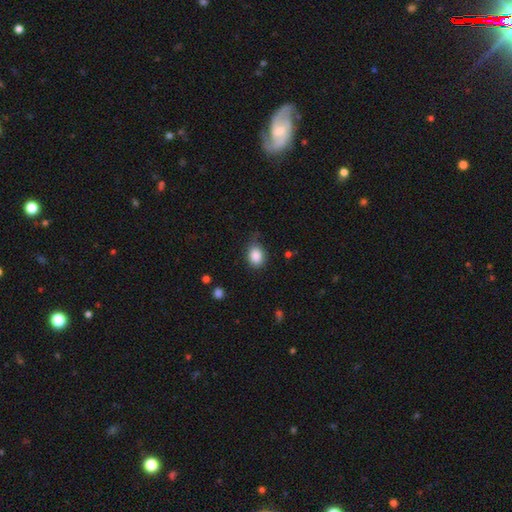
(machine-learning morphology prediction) type=smooth (87%); roundness=in between (64%); merging=none (65%).